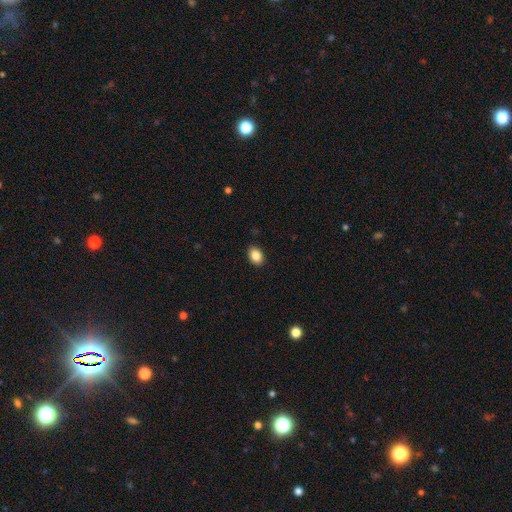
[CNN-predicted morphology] smooth_or_featured: smooth (p=0.87) [alt: star or artifact p=0.09]
how_rounded: in between (p=0.75) [alt: round p=0.24]
merging: none (p=0.89) [alt: minor disturbance p=0.08]